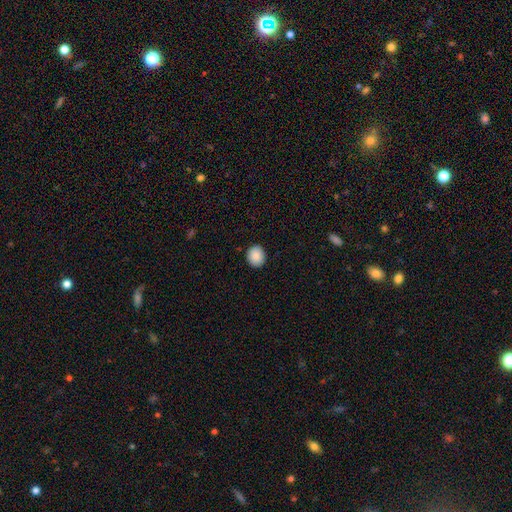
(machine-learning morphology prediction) A smooth galaxy with no disk features (90%) that is round (66%).

Vote fractions:
- Smooth or featured? smooth: 90% / star or artifact: 7% / featured or disk: 3%
- How rounded? round: 66% / in between: 33% / cigar-shaped: 1%
- Merging? none: 89% / minor disturbance: 8% / major disturbance: 2% / merger: 1%